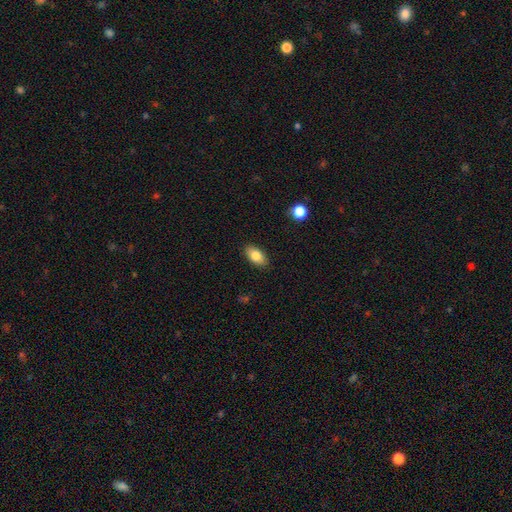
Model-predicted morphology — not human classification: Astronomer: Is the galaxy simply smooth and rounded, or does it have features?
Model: smooth — 82%.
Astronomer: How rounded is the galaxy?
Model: in between — 92%.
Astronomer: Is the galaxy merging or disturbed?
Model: none — 88%.